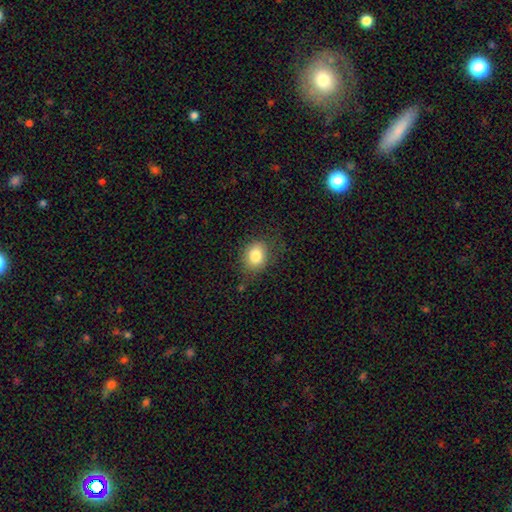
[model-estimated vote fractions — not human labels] Smooth or featured? smooth (82%)
How rounded? round (51%)
Merging? none (72%)